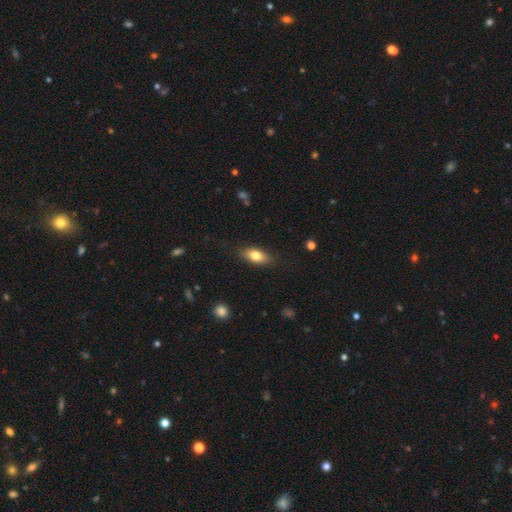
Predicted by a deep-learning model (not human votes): The model was most divided on "smooth or featured": smooth: 77%, featured or disk: 16%, star or artifact: 7%. More confident: how rounded — in between (85%); merging — none (84%).